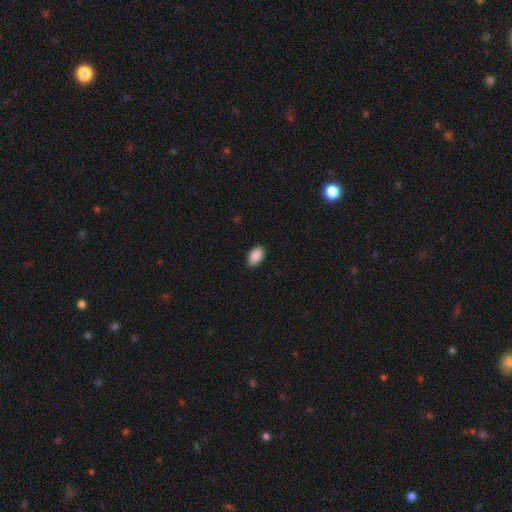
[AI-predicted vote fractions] smooth 91%, star or artifact 7%, featured or disk 3%. Down the decision tree: how rounded — in between (94%); merging — none (89%).